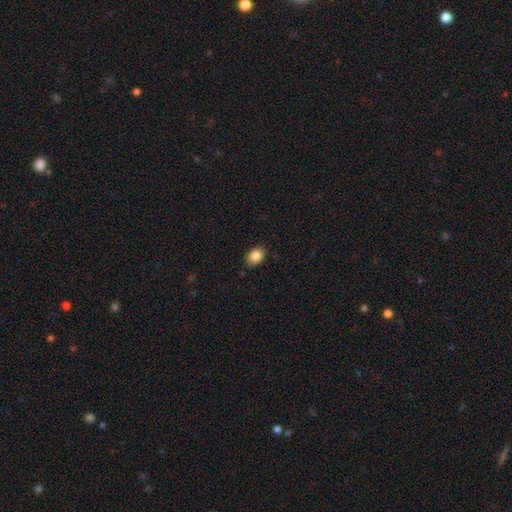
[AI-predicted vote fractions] Smooth or featured: smooth — 85% (star or artifact — 9%)
How rounded: in between — 73% (round — 26%)
Merging: none — 82% (minor disturbance — 14%)